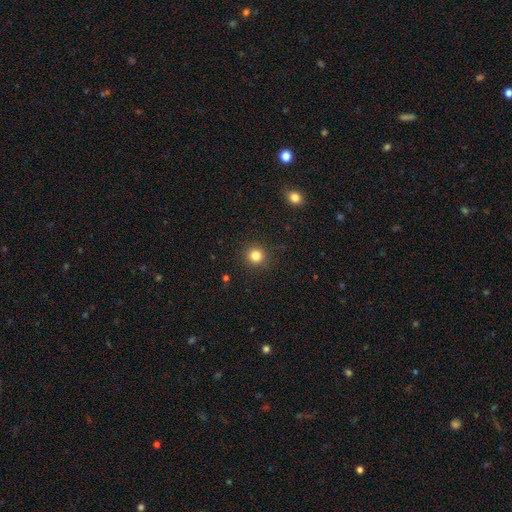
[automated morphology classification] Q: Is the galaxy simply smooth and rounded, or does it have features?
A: smooth — 82%.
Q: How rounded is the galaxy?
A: round — 93%.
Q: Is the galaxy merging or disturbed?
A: none — 91%.